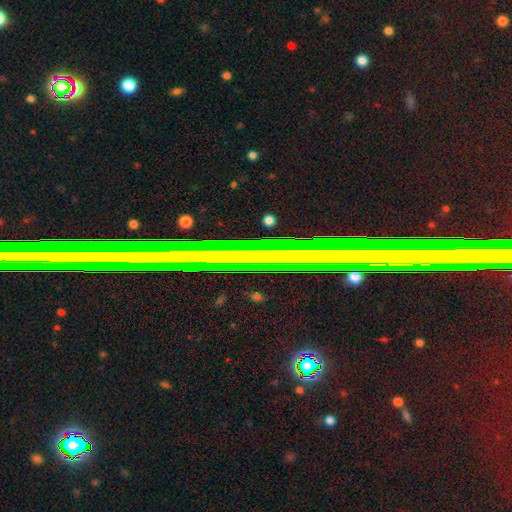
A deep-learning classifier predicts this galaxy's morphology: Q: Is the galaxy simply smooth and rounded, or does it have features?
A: star or artifact — 70%.